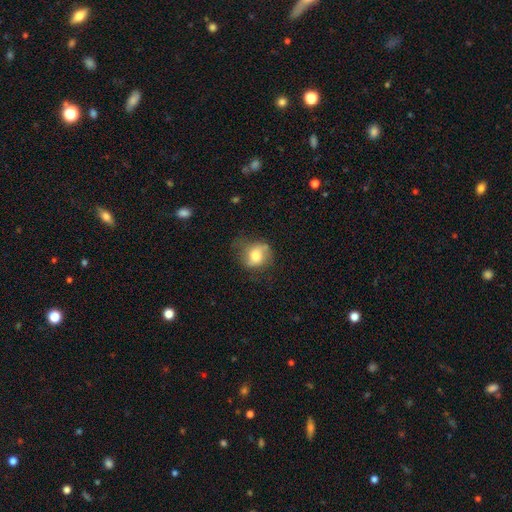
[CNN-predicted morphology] smooth-or-featured: smooth: 50% | featured or disk: 41% | star or artifact: 9%
  how-rounded: round: 63% | in between: 36% | cigar-shaped: 1%
  merging: none: 58% | minor disturbance: 27% | major disturbance: 13% | merger: 2%